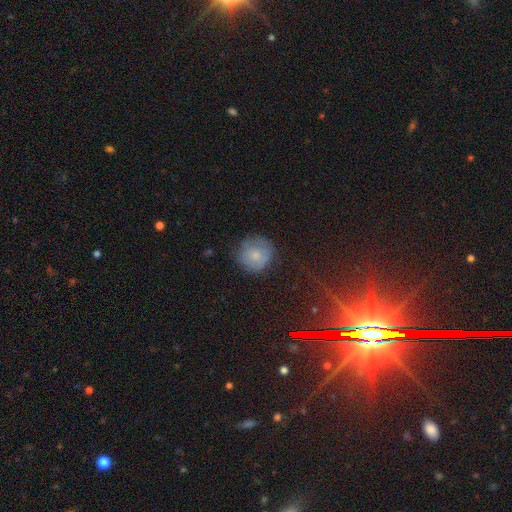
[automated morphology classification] smooth 68%, featured or disk 22%, star or artifact 10%. Down the decision tree: how rounded — round (91%); merging — none (69%).